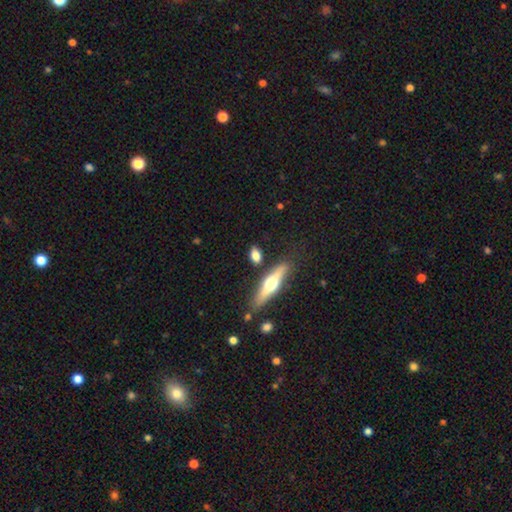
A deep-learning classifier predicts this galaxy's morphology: smooth-or-featured: smooth: 64% | featured or disk: 28% | star or artifact: 8%
  how-rounded: in between: 59% | cigar-shaped: 26% | round: 15%
  merging: none: 77% | minor disturbance: 12% | merger: 7% | major disturbance: 4%